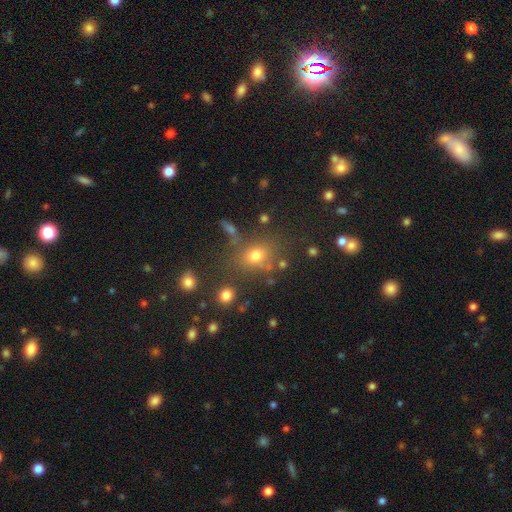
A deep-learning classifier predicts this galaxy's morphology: Smooth or featured? smooth (69%)
How rounded? round (54%)
Merging? none (71%)